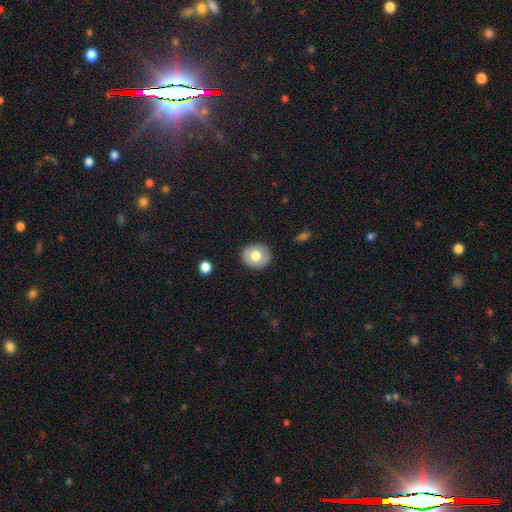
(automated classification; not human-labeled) Smooth or featured? Predicted: smooth (p=0.65). How rounded? Predicted: round (p=0.77). Merging? Predicted: none (p=0.86).